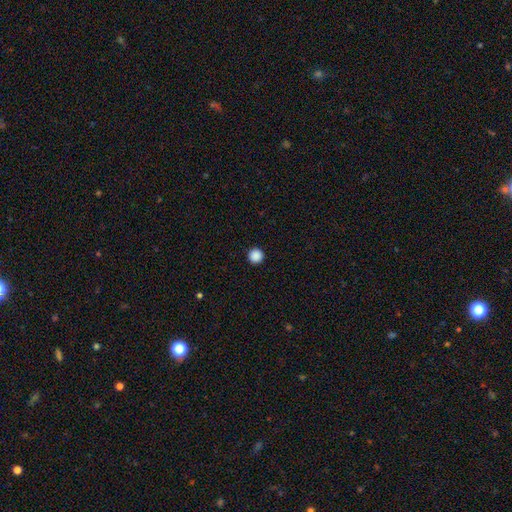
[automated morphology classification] A smooth galaxy with no disk features (88%) that is round (96%).

Vote fractions:
- Smooth or featured? smooth: 88% / star or artifact: 10% / featured or disk: 2%
- How rounded? round: 96% / in between: 3% / cigar-shaped: 1%
- Merging? none: 94% / minor disturbance: 4% / major disturbance: 1% / merger: 1%